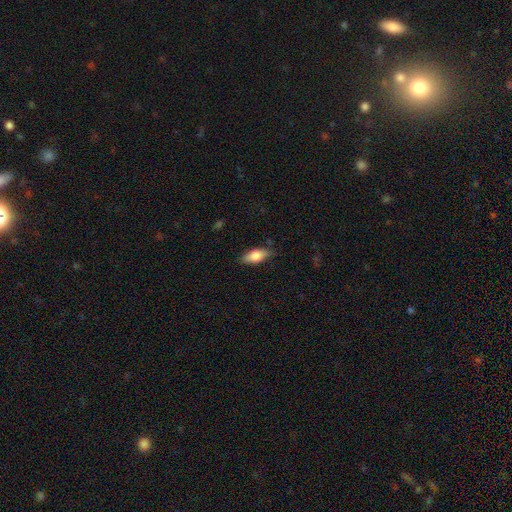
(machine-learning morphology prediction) Smooth or featured: smooth — 78% (featured or disk — 15%)
How rounded: in between — 82% (cigar-shaped — 15%)
Merging: none — 78% (minor disturbance — 18%)